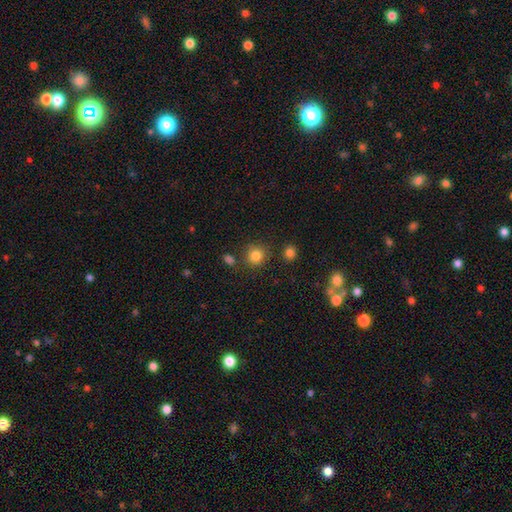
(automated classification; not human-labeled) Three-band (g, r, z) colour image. It shows a smooth galaxy with no disk features (83%) that is round (89%). Merging: none (81%).